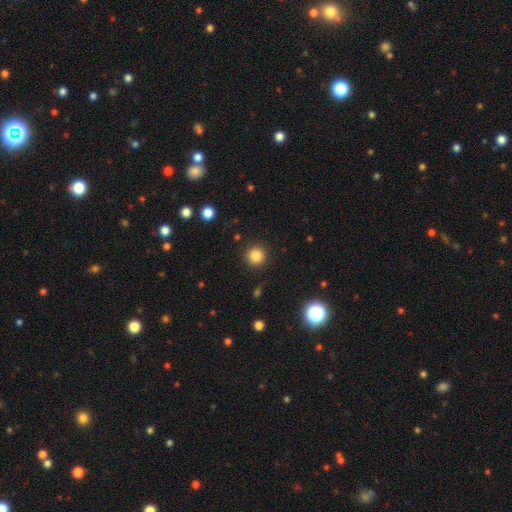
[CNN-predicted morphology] Smooth or featured?
  - smooth: 84% *
  - star or artifact: 12%
  - featured or disk: 4%
How rounded?
  - round: 94% *
  - in between: 5%
  - cigar-shaped: 1%
Merging?
  - none: 91% *
  - minor disturbance: 6%
  - major disturbance: 2%
  - merger: 1%